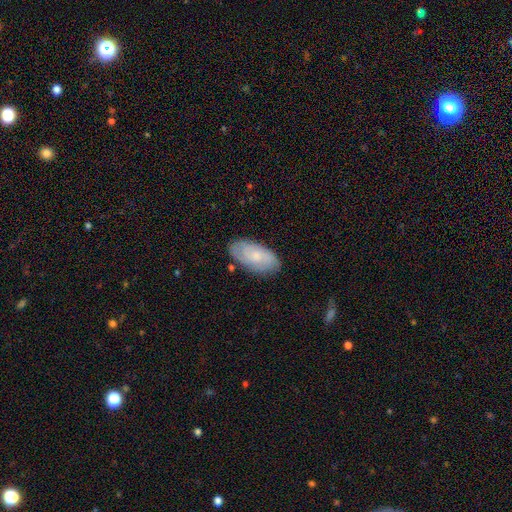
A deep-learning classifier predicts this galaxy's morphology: smooth 51%, featured or disk 42%, star or artifact 7%. Down the decision tree: how rounded — in between (92%); merging — none (80%).